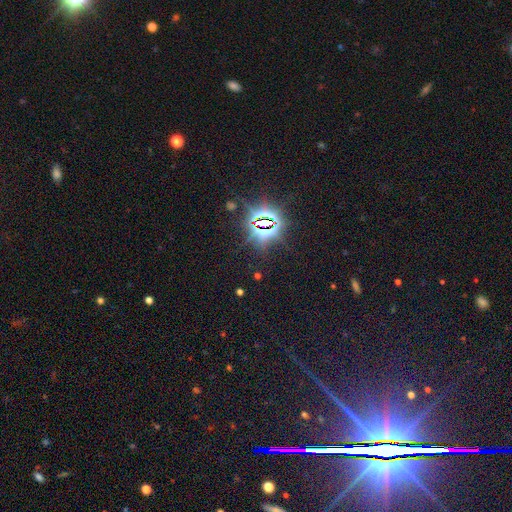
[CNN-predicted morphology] Q: Smooth or featured?
A: star or artifact (84%); runner-up: smooth (8%)